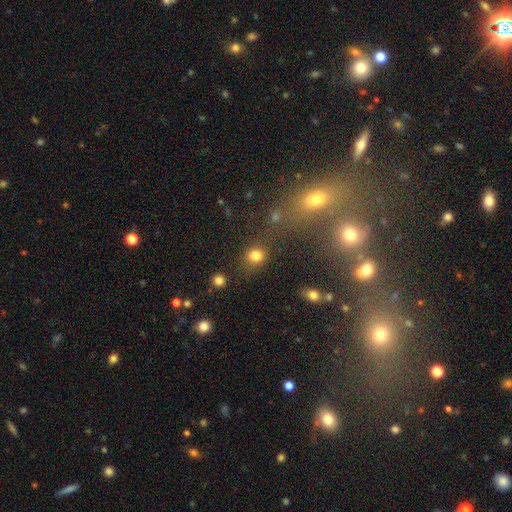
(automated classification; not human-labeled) smooth 82%, star or artifact 13%, featured or disk 5%. Down the decision tree: how rounded — round (79%); merging — none (79%).